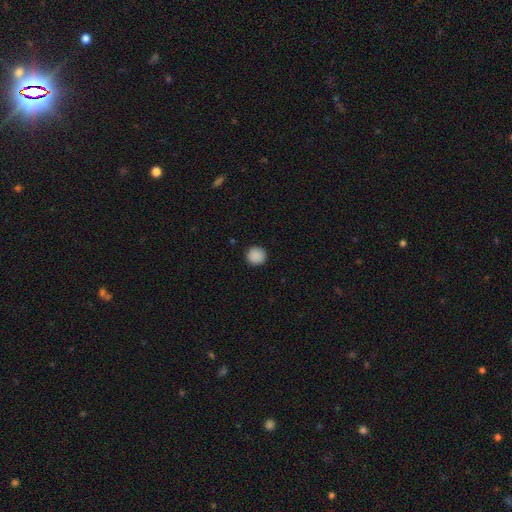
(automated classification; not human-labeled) Q: Smooth or featured?
A: smooth (89%); runner-up: star or artifact (9%)
Q: How rounded?
A: round (95%); runner-up: in between (4%)
Q: Merging?
A: none (92%); runner-up: minor disturbance (6%)